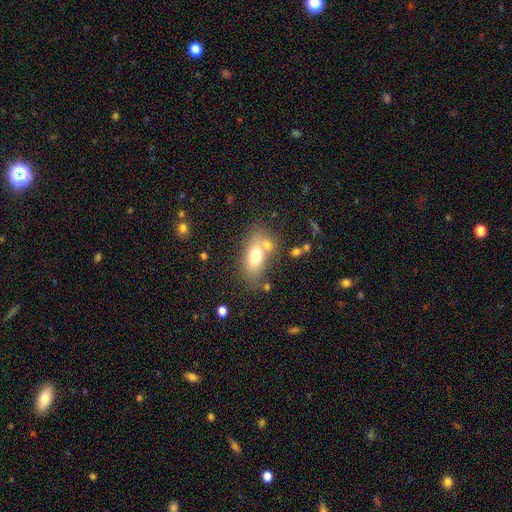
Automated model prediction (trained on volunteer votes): Smooth or featured?
  - smooth: 69% *
  - featured or disk: 22%
  - star or artifact: 9%
How rounded?
  - in between: 83% *
  - round: 11%
  - cigar-shaped: 6%
Merging?
  - none: 53% *
  - merger: 27%
  - minor disturbance: 14%
  - major disturbance: 6%